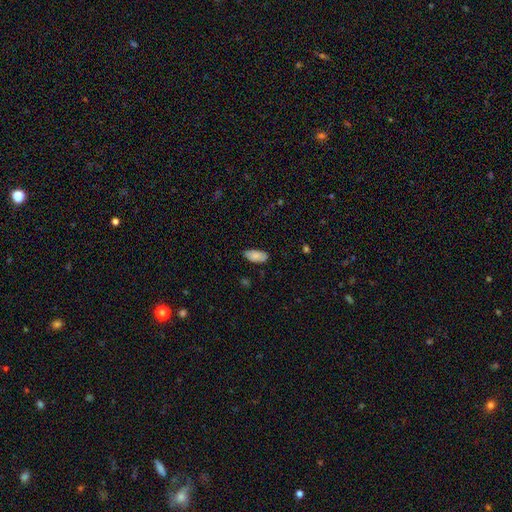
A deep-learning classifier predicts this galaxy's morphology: A smooth galaxy with no disk features (85%) that is in between round and cigar-shaped (92%). Merging: none (77%).